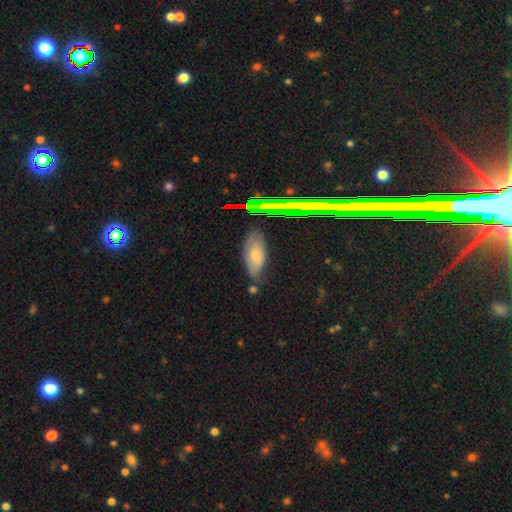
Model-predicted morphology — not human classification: smooth 69%, featured or disk 18%, star or artifact 13%. Down the decision tree: how rounded — in between (86%); merging — none (69%).